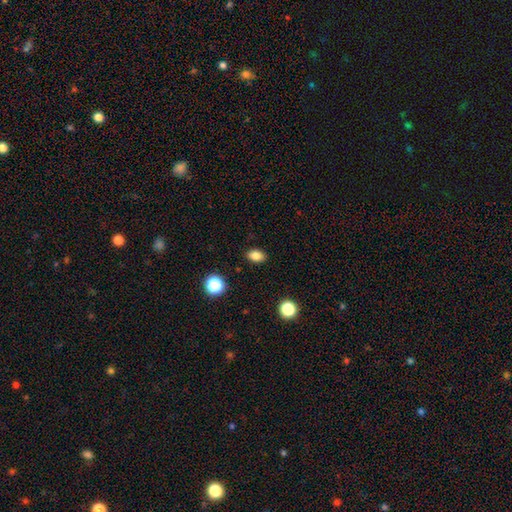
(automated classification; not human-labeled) Morphology: type=smooth (83%); roundness=in between (79%); merging=none (89%).